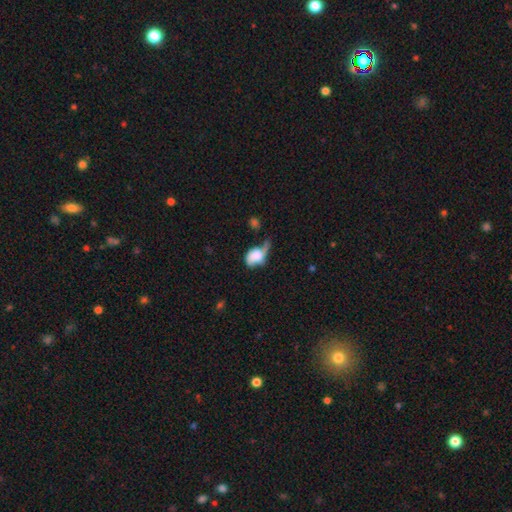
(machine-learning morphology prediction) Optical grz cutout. It shows a smooth galaxy with no disk features (60%) that is in between round and cigar-shaped (71%). Merging: major disturbance (39%).